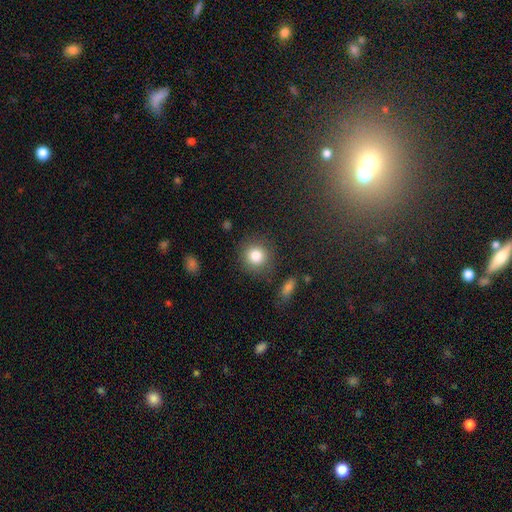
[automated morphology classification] This is clearly a smooth galaxy (83%). How rounded: clearly round (90%). Merging: clearly none (85%).